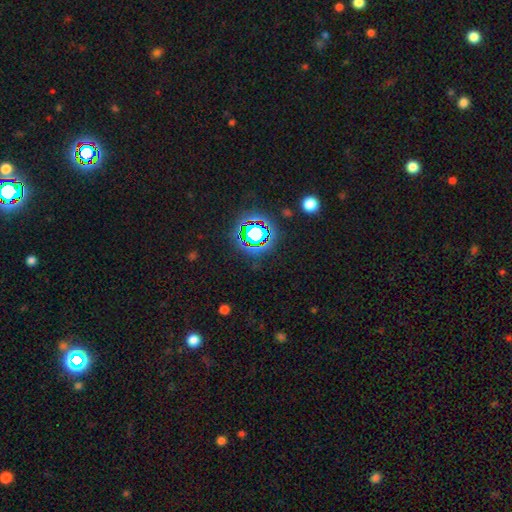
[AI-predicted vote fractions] Smooth or featured? Predicted: star or artifact (p=0.77).